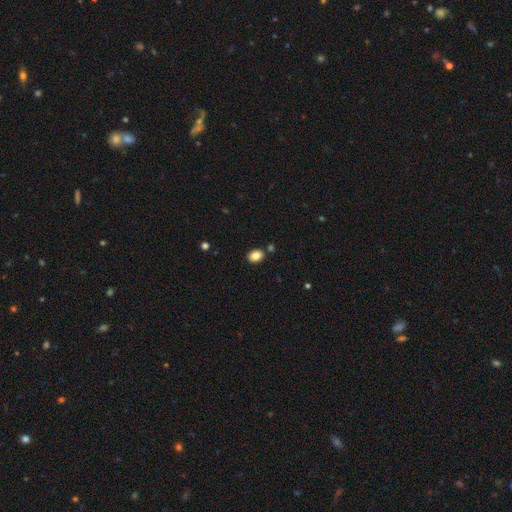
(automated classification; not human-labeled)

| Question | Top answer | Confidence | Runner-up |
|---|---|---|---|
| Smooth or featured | smooth | 85% | star or artifact (9%) |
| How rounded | in between | 64% | round (35%) |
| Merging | none | 83% | minor disturbance (9%) |